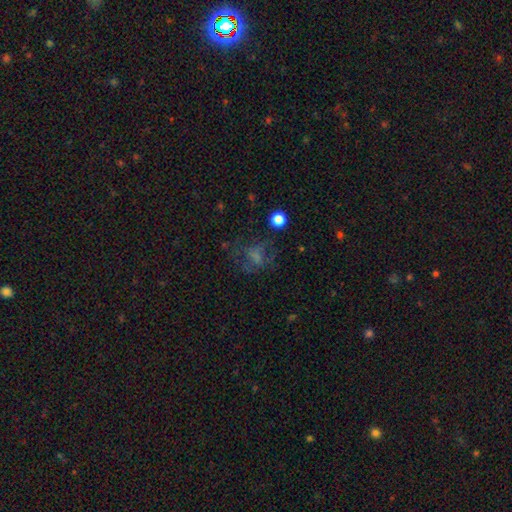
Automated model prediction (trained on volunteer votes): smooth 51%, featured or disk 27%, star or artifact 22%. Down the decision tree: how rounded — round (54%); merging — none (50%).